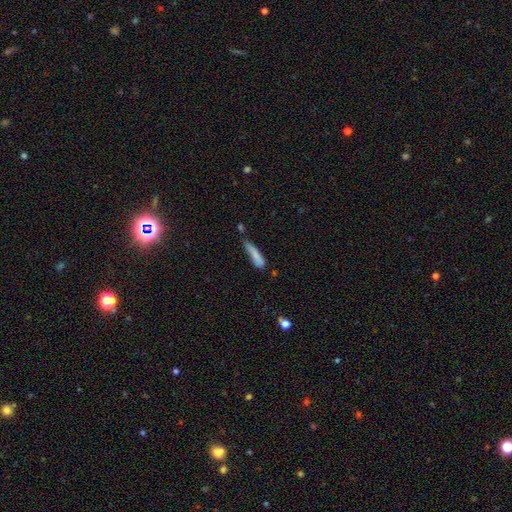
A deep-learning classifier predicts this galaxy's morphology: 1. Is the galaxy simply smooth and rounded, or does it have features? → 78% smooth, 14% featured or disk, 8% star or artifact.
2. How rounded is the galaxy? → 82% cigar-shaped, 16% in between, 2% round.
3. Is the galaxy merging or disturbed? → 45% none, 34% minor disturbance, 11% major disturbance, 10% merger.